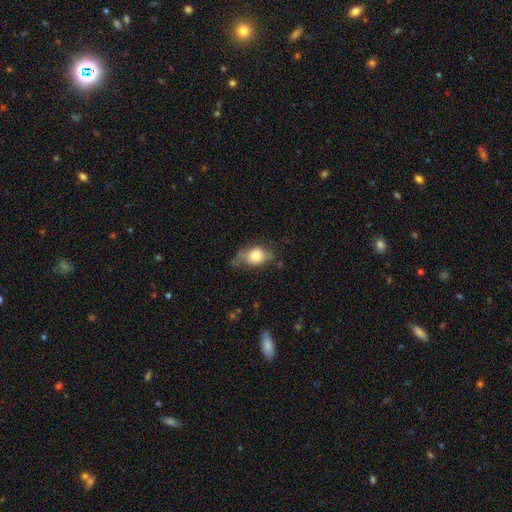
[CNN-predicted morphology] This appears to be a smooth galaxy with no disk features (71%) that is in between round and cigar-shaped (74%). Merging: none (45%).